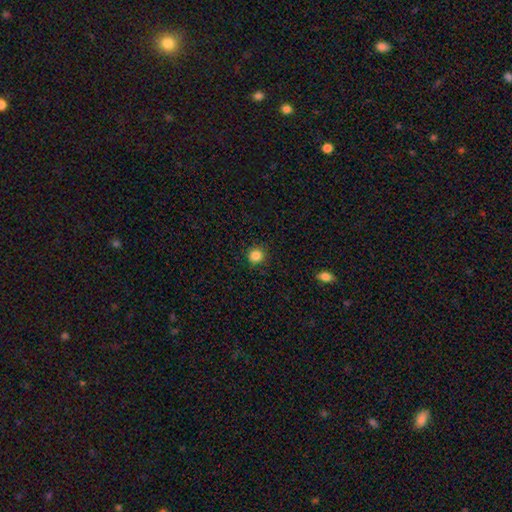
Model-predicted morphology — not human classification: Smooth or featured?
  - smooth: 85% *
  - star or artifact: 11%
  - featured or disk: 4%
How rounded?
  - round: 93% *
  - in between: 6%
  - cigar-shaped: 1%
Merging?
  - none: 91% *
  - minor disturbance: 6%
  - major disturbance: 2%
  - merger: 1%